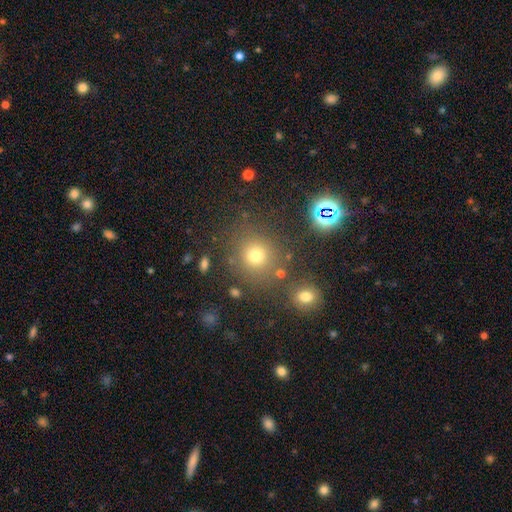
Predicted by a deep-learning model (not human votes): Morphology: type=smooth (71%); roundness=round (87%); merging=none (77%).